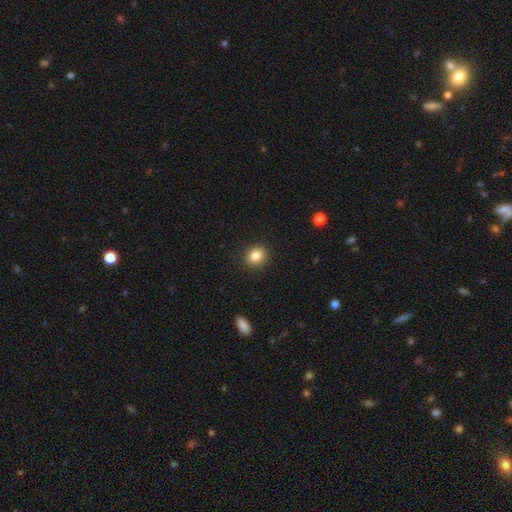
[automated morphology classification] This appears to be a smooth galaxy with no disk features (84%) that is round (67%). Merging: none (91%).